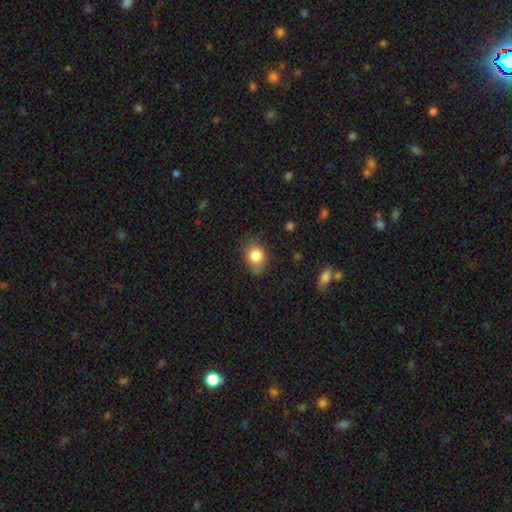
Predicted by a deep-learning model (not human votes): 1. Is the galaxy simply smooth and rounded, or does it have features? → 83% smooth, 9% star or artifact, 8% featured or disk.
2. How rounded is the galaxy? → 56% in between, 43% round, 1% cigar-shaped.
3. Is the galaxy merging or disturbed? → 67% none, 25% minor disturbance, 6% major disturbance, 2% merger.